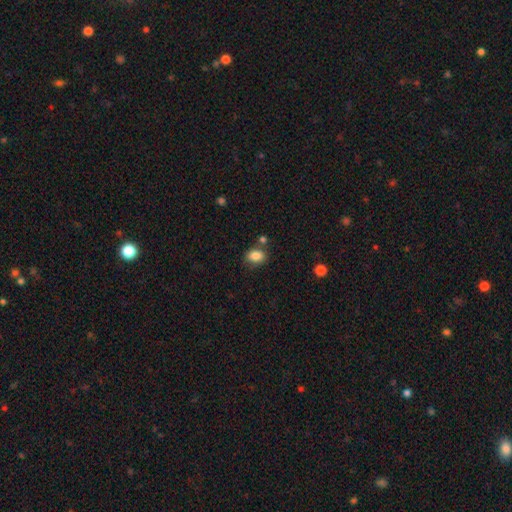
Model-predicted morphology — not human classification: A smooth galaxy with no disk features (85%) that is in between round and cigar-shaped (73%). Merging: none (74%).